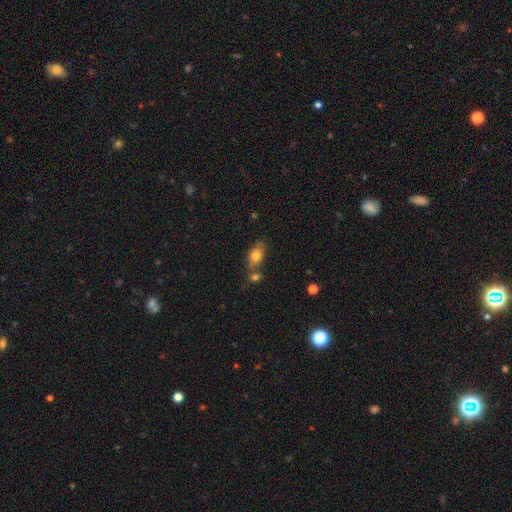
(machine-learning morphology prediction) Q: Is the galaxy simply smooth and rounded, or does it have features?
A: smooth — 78%.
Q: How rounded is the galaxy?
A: in between — 84%.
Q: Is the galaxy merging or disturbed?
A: none — 57%.